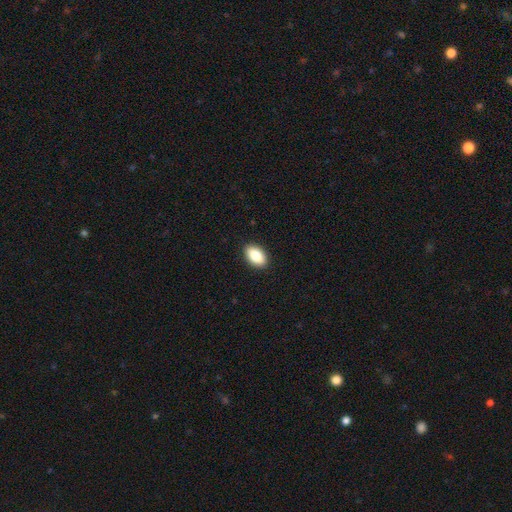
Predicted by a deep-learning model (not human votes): Smooth or featured: smooth — 84% (featured or disk — 9%)
How rounded: in between — 92% (round — 6%)
Merging: none — 90% (minor disturbance — 7%)